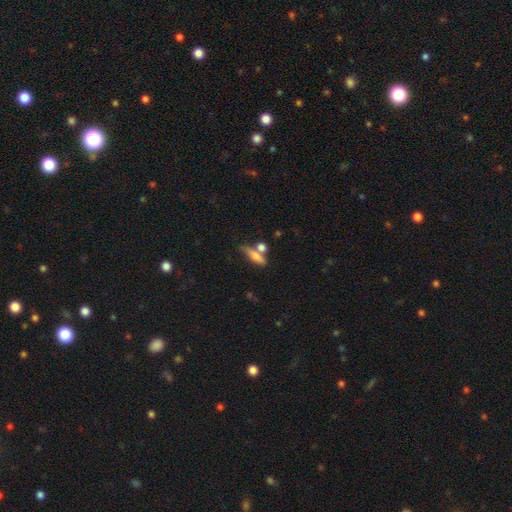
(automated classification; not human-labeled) The model was most divided on "merging": none: 53%, merger: 27%, minor disturbance: 14%, major disturbance: 6%. More confident: smooth or featured — smooth (69%); how rounded — cigar-shaped (60%).